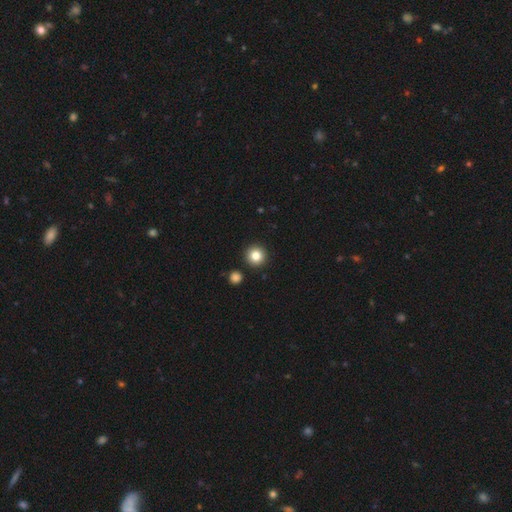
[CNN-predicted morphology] A smooth galaxy with no disk features (83%) that is round (95%).

Vote fractions:
- Smooth or featured? smooth: 83% / star or artifact: 11% / featured or disk: 6%
- How rounded? round: 95% / in between: 4% / cigar-shaped: 1%
- Merging? none: 91% / minor disturbance: 5% / merger: 3% / major disturbance: 2%